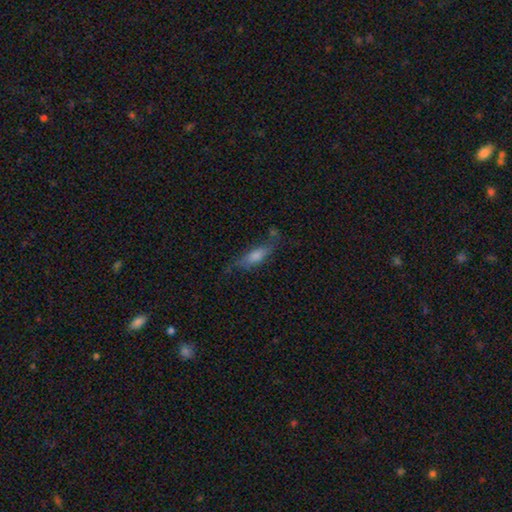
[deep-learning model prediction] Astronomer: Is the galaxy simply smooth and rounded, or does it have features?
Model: smooth — 52% (runner-up: featured or disk, 37%).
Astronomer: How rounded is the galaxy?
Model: cigar-shaped — 56% (runner-up: in between, 40%).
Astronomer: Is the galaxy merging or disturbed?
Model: none — 57%.